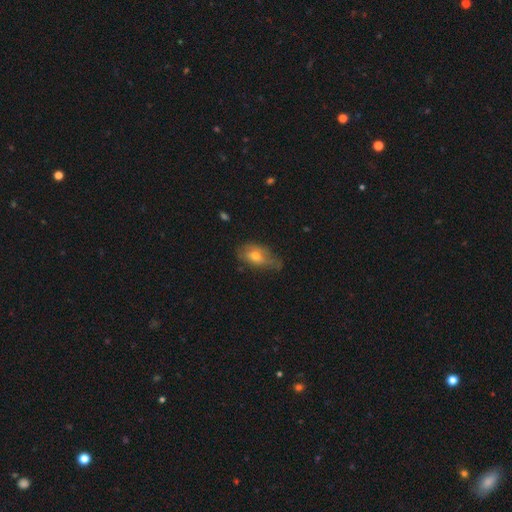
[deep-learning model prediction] The model was most divided on "merging": none: 46%, minor disturbance: 38%, major disturbance: 13%, merger: 2%. More confident: how rounded — in between (85%); smooth or featured — smooth (66%).